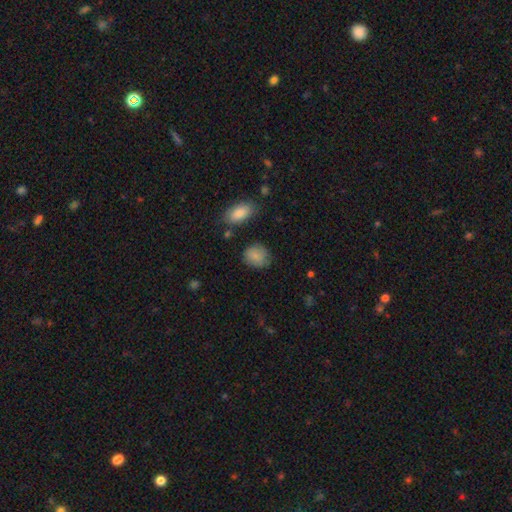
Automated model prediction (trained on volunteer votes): Smooth or featured: smooth — 83% (featured or disk — 8%)
How rounded: round — 63% (in between — 36%)
Merging: none — 70% (minor disturbance — 21%)